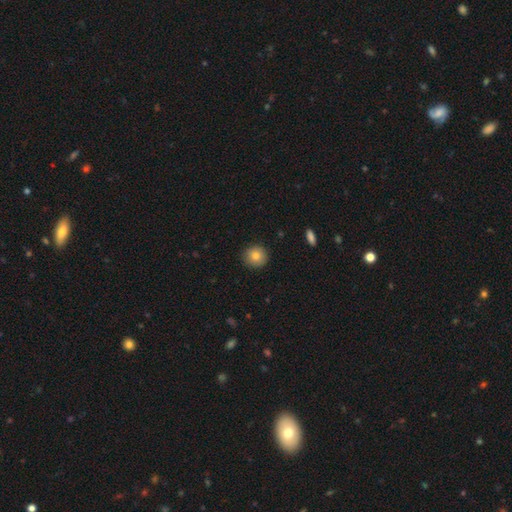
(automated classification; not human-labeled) A smooth galaxy with no disk features (81%) that is round (90%).

Vote fractions:
- Smooth or featured? smooth: 81% / star or artifact: 9% / featured or disk: 9%
- How rounded? round: 90% / in between: 9% / cigar-shaped: 1%
- Merging? none: 90% / minor disturbance: 7% / major disturbance: 2% / merger: 1%